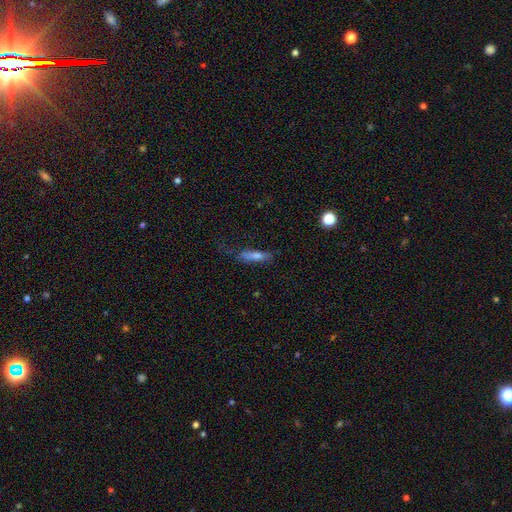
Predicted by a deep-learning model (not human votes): smooth 57%, featured or disk 33%, star or artifact 10%. Down the decision tree: how rounded — cigar-shaped (79%); merging — none (65%).